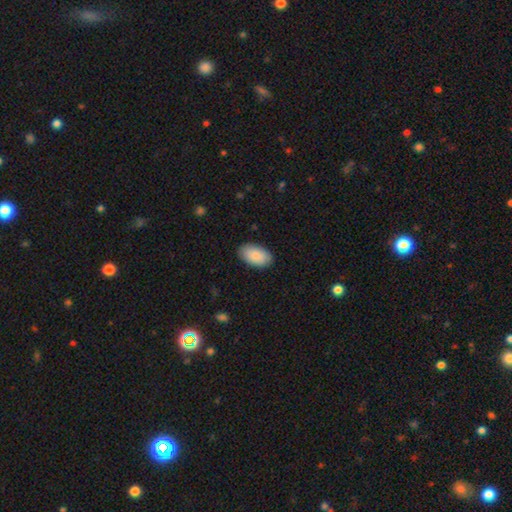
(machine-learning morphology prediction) This is clearly a smooth galaxy (87%). How rounded: clearly in between (95%). Merging: clearly none (88%).